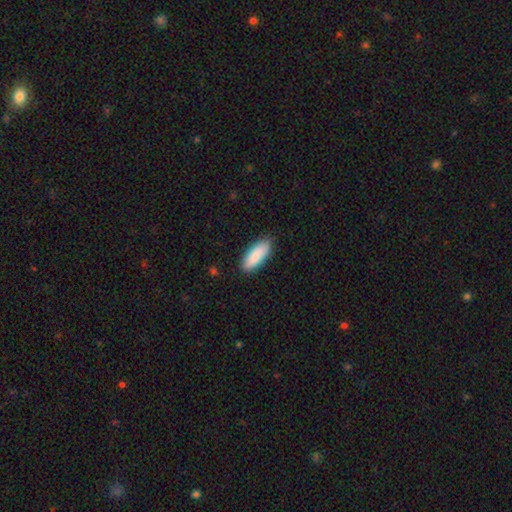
A smooth galaxy with no disk features (85%) that is in between round and cigar-shaped (79%). Merging: none (82%).